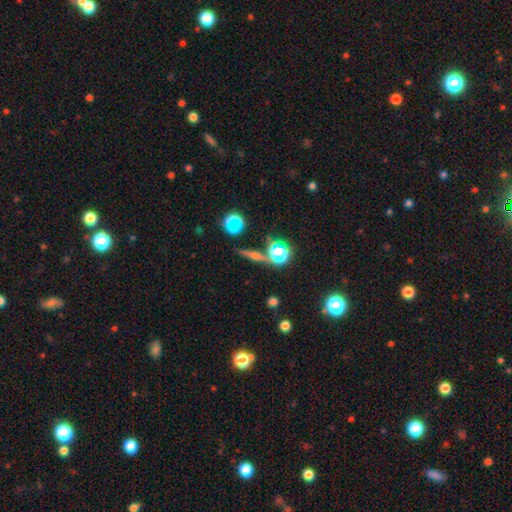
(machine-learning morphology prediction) Overall: smooth (38%; featured or disk 35%). Merging: none (77%).